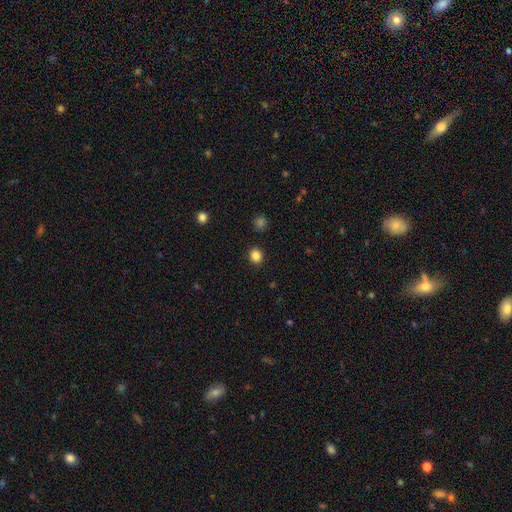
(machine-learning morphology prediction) Smooth or featured? Predicted: smooth (p=0.85). How rounded? Predicted: round (p=0.69). Merging? Predicted: none (p=0.90).